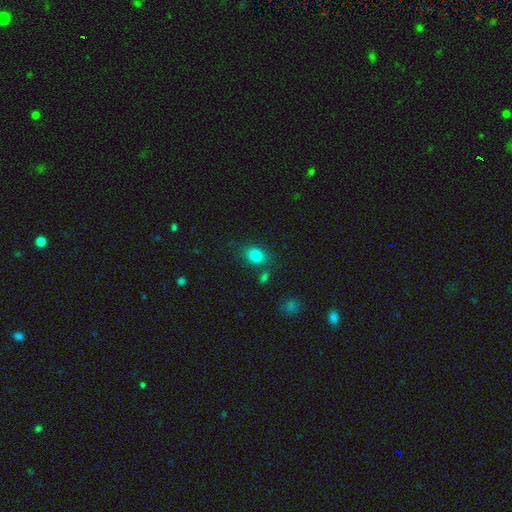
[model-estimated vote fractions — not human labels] A smooth galaxy with no disk features (82%) that is in between round and cigar-shaped (59%). Merging: none (76%).